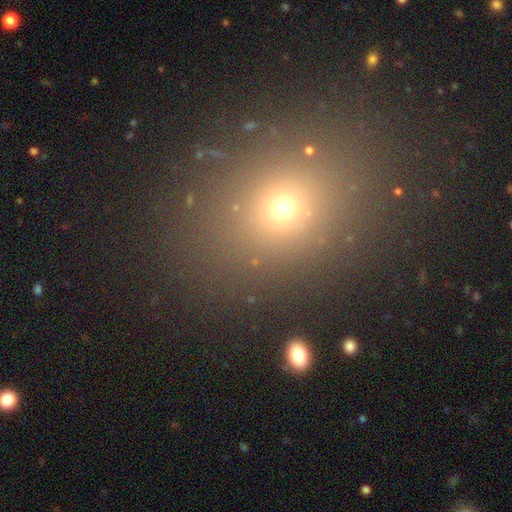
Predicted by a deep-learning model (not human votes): smooth-or-featured: smooth: 62% | star or artifact: 29% | featured or disk: 9%
  how-rounded: round: 55% | in between: 43% | cigar-shaped: 1%
  merging: none: 86% | minor disturbance: 8% | major disturbance: 4% | merger: 2%